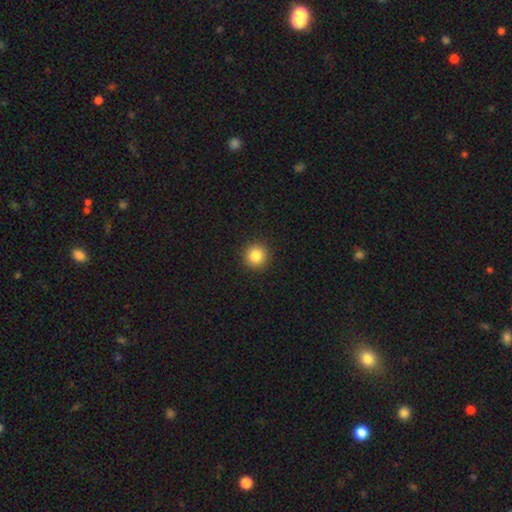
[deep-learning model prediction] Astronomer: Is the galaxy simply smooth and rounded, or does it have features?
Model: smooth — 84%.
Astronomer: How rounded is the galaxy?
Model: round — 94%.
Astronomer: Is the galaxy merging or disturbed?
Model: none — 92%.